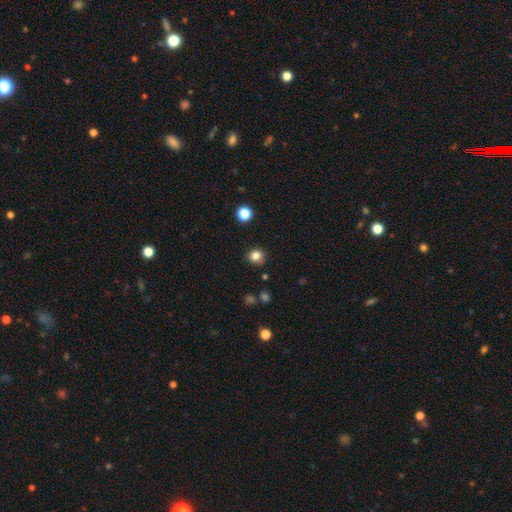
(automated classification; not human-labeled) This appears to be a smooth galaxy with no disk features (82%) that is round (83%). Merging: none (85%).